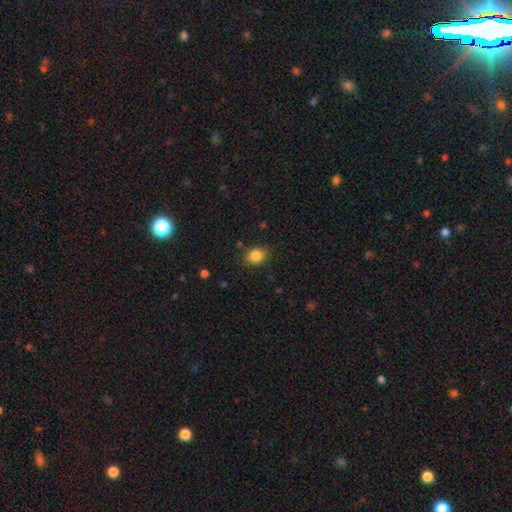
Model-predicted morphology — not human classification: A smooth galaxy with no disk features (85%) that is in between round and cigar-shaped (52%). Merging: none (81%).